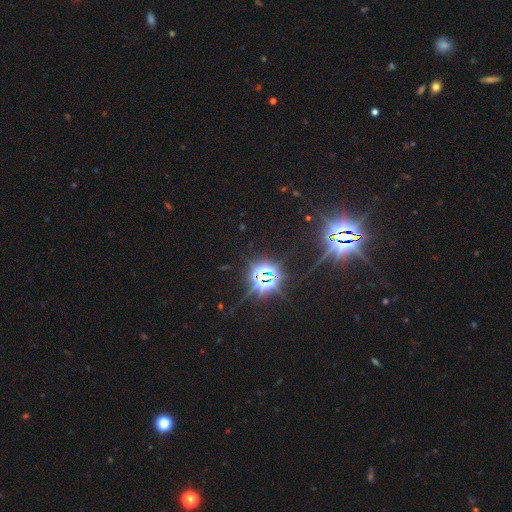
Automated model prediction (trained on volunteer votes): star or artifact 85%, smooth 9%, featured or disk 6%.